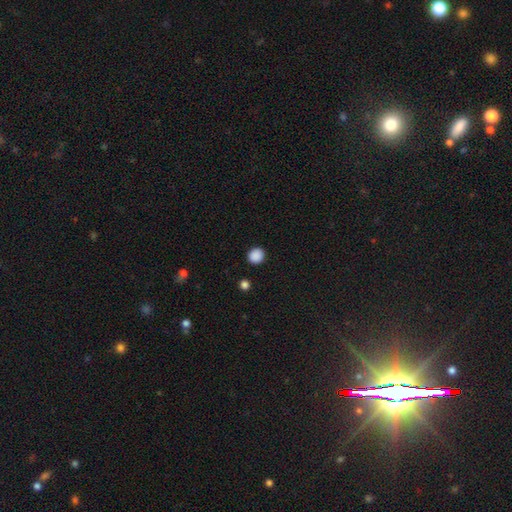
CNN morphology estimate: A smooth galaxy with no disk features (88%) that is round (86%).

Vote fractions:
- Smooth or featured? smooth: 88% / star or artifact: 9% / featured or disk: 2%
- How rounded? round: 86% / in between: 13% / cigar-shaped: 1%
- Merging? none: 91% / minor disturbance: 6% / major disturbance: 2% / merger: 1%